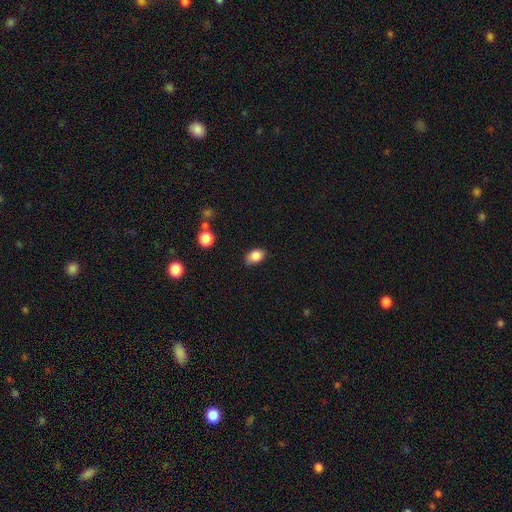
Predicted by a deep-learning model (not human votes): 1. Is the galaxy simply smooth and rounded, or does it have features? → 84% smooth, 9% star or artifact, 7% featured or disk.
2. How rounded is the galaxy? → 82% in between, 17% round, 1% cigar-shaped.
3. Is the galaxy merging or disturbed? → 70% none, 24% minor disturbance, 4% major disturbance, 2% merger.